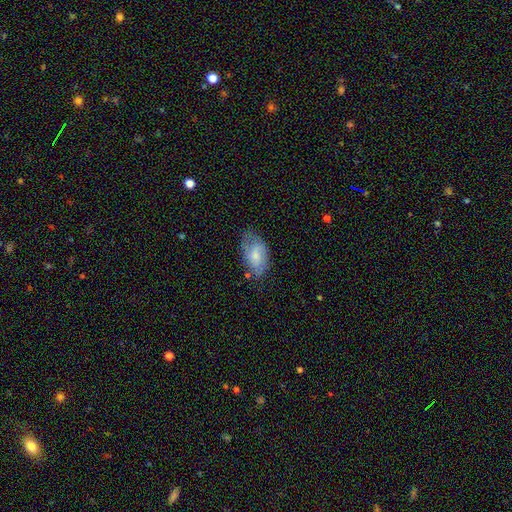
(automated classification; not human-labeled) Smooth or featured?
  - smooth: 49% *
  - featured or disk: 44%
  - star or artifact: 7%
Merging?
  - none: 57% *
  - minor disturbance: 29%
  - major disturbance: 11%
  - merger: 2%